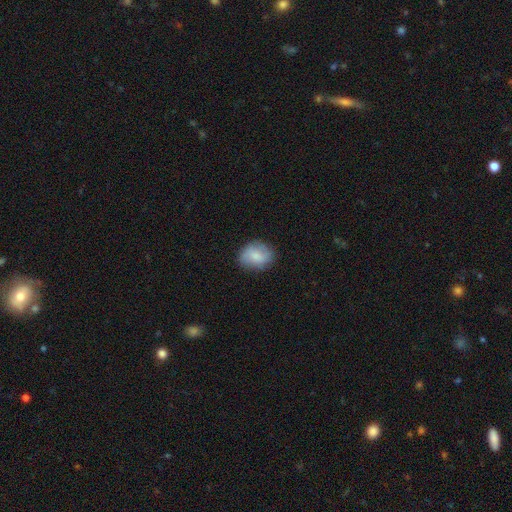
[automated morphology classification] Q: Smooth or featured?
A: smooth (78%); runner-up: featured or disk (15%)
Q: How rounded?
A: in between (53%); runner-up: round (46%)
Q: Merging?
A: none (80%); runner-up: minor disturbance (15%)